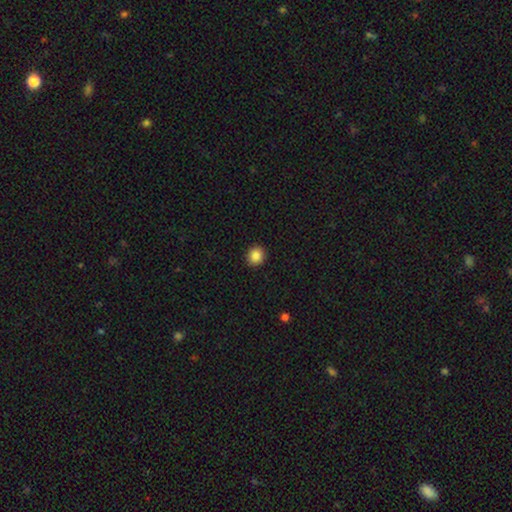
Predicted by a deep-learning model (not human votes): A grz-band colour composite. It shows a smooth galaxy with no disk features (86%) that is round (86%). Merging: none (92%).